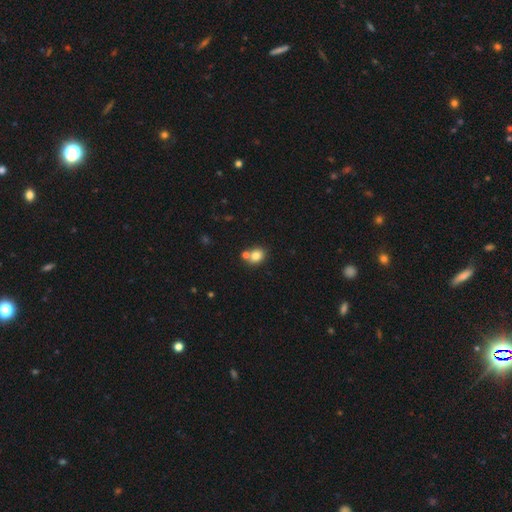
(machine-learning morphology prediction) Overall: smooth (80%). How rounded: round (64%; in between 35%). Merging: none (59%; merger 29%).